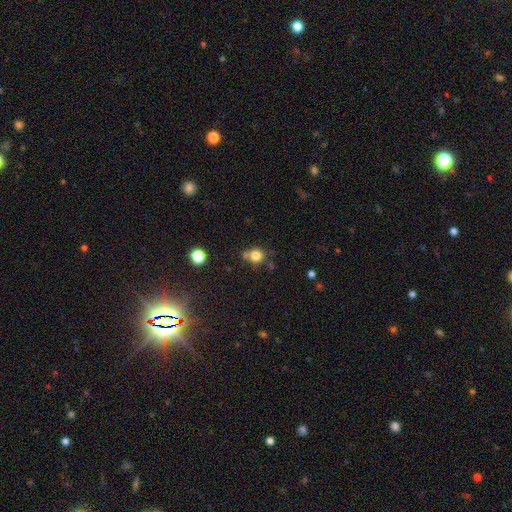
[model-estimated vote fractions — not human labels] Smooth or featured? Predicted: smooth (p=0.79). How rounded? Predicted: round (p=0.84). Merging? Predicted: none (p=0.64).